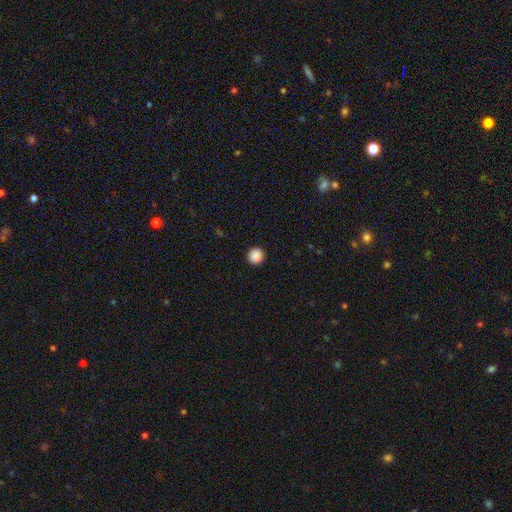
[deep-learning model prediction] Morphology: type=smooth (89%); roundness=round (94%); merging=none (93%).